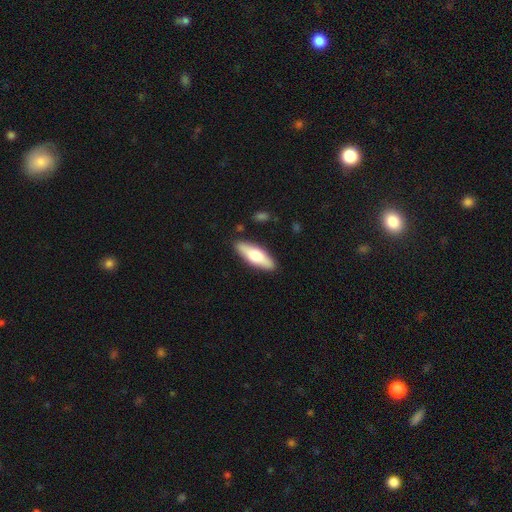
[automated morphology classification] smooth-or-featured: smooth: 63% | featured or disk: 32% | star or artifact: 5%
  how-rounded: in between: 51% | cigar-shaped: 47% | round: 2%
  merging: none: 88% | minor disturbance: 9% | major disturbance: 2% | merger: 2%